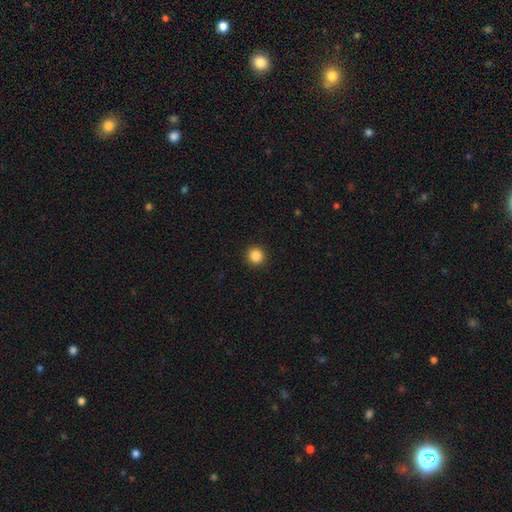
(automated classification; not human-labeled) Smooth or featured? Predicted: smooth (p=0.87). How rounded? Predicted: round (p=0.92). Merging? Predicted: none (p=0.92).